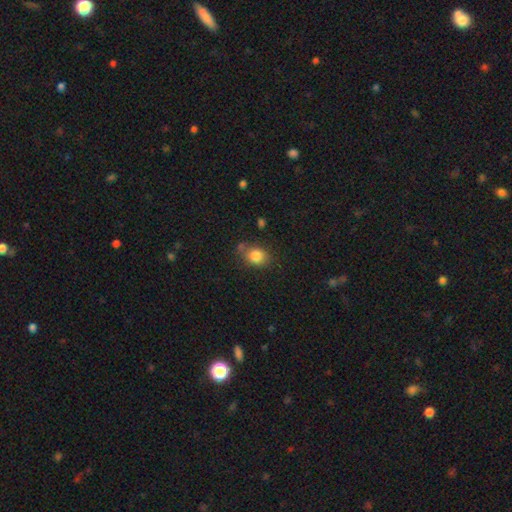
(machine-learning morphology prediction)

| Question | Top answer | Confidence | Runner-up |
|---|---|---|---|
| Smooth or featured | smooth | 83% | star or artifact (10%) |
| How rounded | round | 52% | in between (47%) |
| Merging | none | 67% | minor disturbance (20%) |